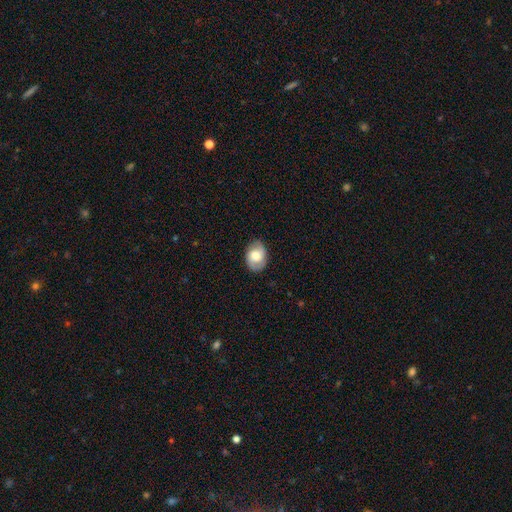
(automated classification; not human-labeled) This is possibly a smooth galaxy (49%). Merging: clearly none (83%).